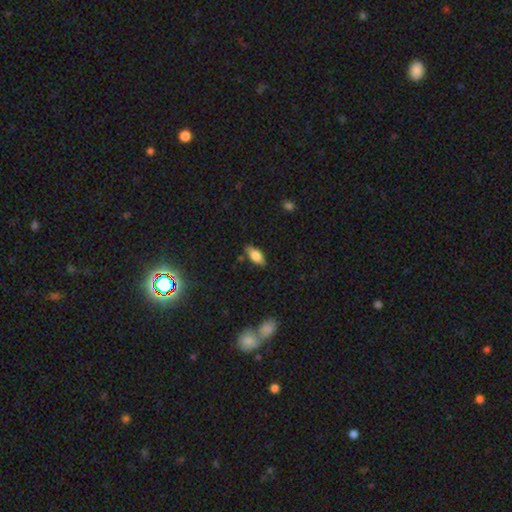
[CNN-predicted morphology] A smooth galaxy with no disk features (78%) that is in between round and cigar-shaped (84%).

Vote fractions:
- Smooth or featured? smooth: 78% / featured or disk: 15% / star or artifact: 7%
- How rounded? in between: 84% / cigar-shaped: 14% / round: 3%
- Merging? none: 82% / minor disturbance: 13% / major disturbance: 3% / merger: 2%